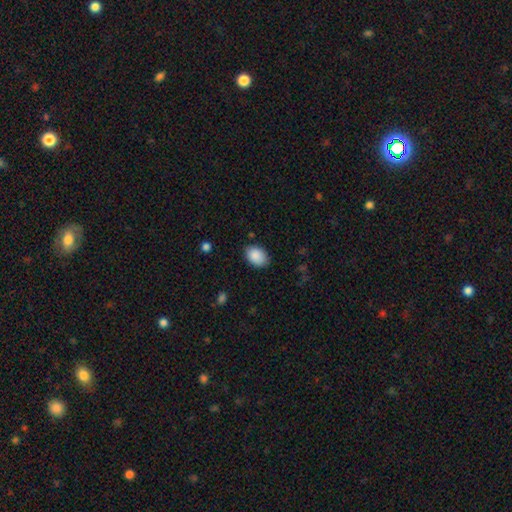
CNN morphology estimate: The model was most divided on "how rounded": in between: 79%, round: 20%, cigar-shaped: 1%. More confident: smooth or featured — smooth (89%); merging — none (84%).